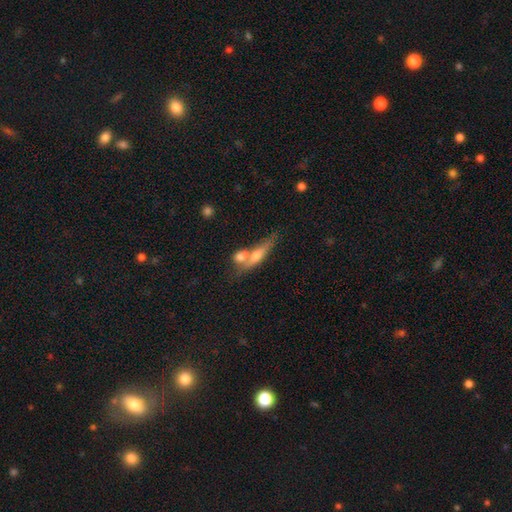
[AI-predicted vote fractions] Smooth or featured?
  - featured or disk: 49% *
  - smooth: 42%
  - star or artifact: 9%
Merging?
  - none: 49% *
  - merger: 33%
  - minor disturbance: 13%
  - major disturbance: 5%